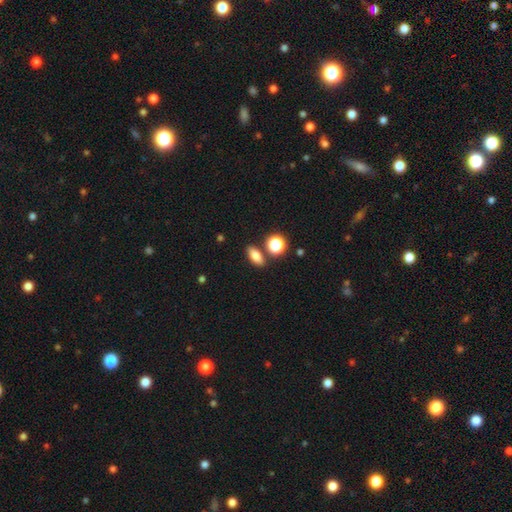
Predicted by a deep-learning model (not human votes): Morphology: type=smooth (76%); roundness=in between (72%); merging=none (79%).